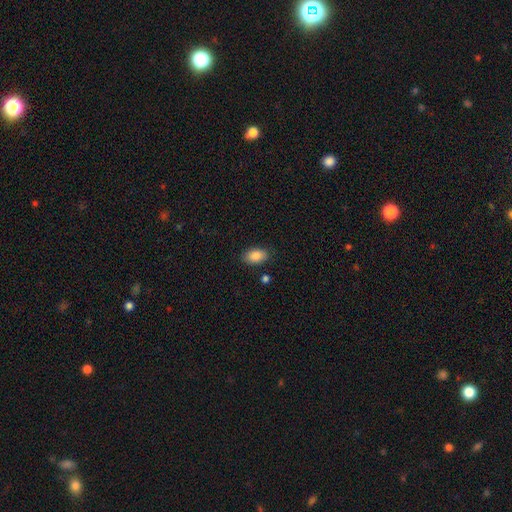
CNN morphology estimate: A smooth galaxy with no disk features (87%) that is in between round and cigar-shaped (91%). Merging: none (85%).